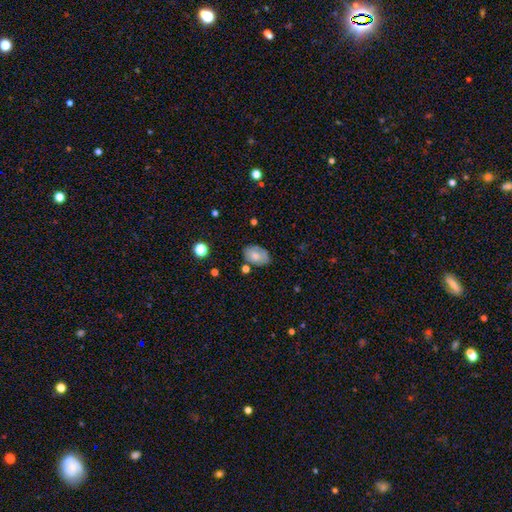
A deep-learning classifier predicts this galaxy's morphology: smooth-or-featured: smooth: 73% | featured or disk: 19% | star or artifact: 8%
  how-rounded: in between: 83% | round: 16% | cigar-shaped: 1%
  merging: none: 69% | minor disturbance: 21% | major disturbance: 5% | merger: 5%